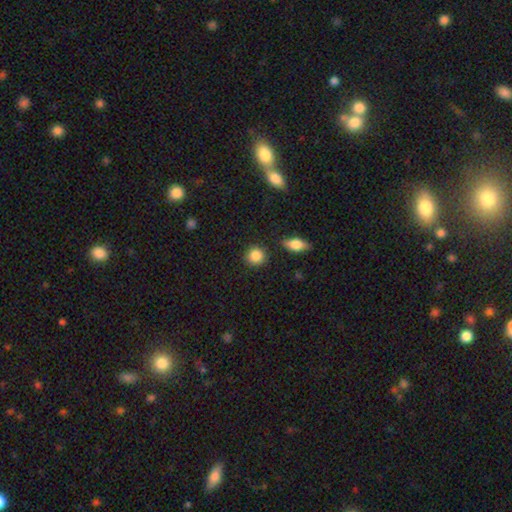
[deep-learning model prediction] A smooth galaxy with no disk features (87%) that is round (90%).

Vote fractions:
- Smooth or featured? smooth: 87% / star or artifact: 9% / featured or disk: 5%
- How rounded? round: 90% / in between: 8% / cigar-shaped: 1%
- Merging? none: 87% / minor disturbance: 7% / merger: 3% / major disturbance: 2%